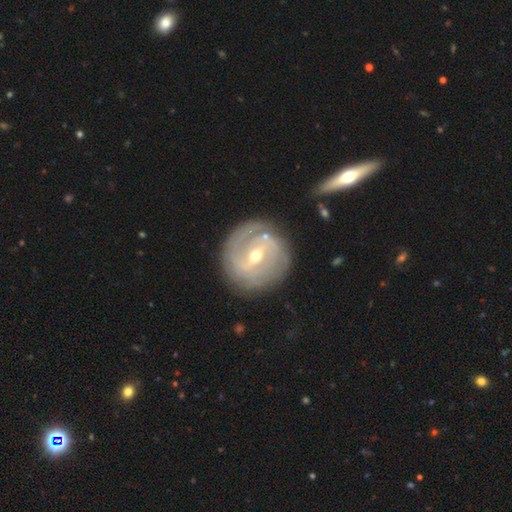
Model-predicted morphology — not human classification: Smooth or featured?
  - featured or disk: 84% *
  - smooth: 10%
  - star or artifact: 5%
Edge-on disk?
  - no: 97% *
  - yes: 3%
Bar?
  - weak: 52% *
  - strong: 31%
  - no: 17%
Spiral arms?
  - yes: 93% *
  - no: 7%
Spiral winding?
  - tight: 70% *
  - medium: 23%
  - loose: 7%
Spiral arm count?
  - 2: 39% *
  - can't tell: 29%
  - 3: 16%
  - 4: 7%
  - 1: 5%
  - more than 4: 4%
Bulge size?
  - moderate: 52% *
  - small: 45%
  - large: 2%
  - none: 1%
  - dominant: 1%
Merging?
  - none: 81% *
  - minor disturbance: 12%
  - major disturbance: 5%
  - merger: 2%